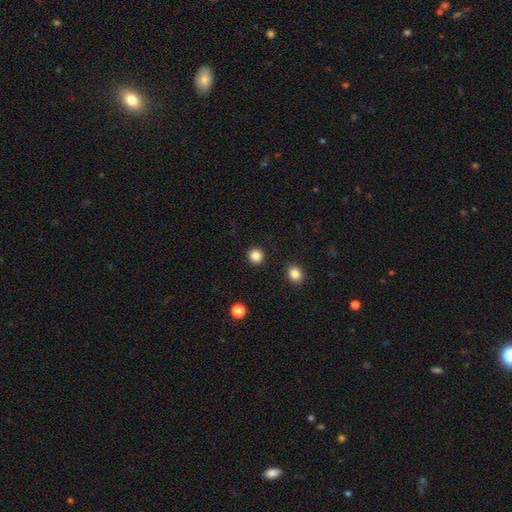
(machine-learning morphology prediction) type=smooth (85%); roundness=round (93%); merging=none (91%).